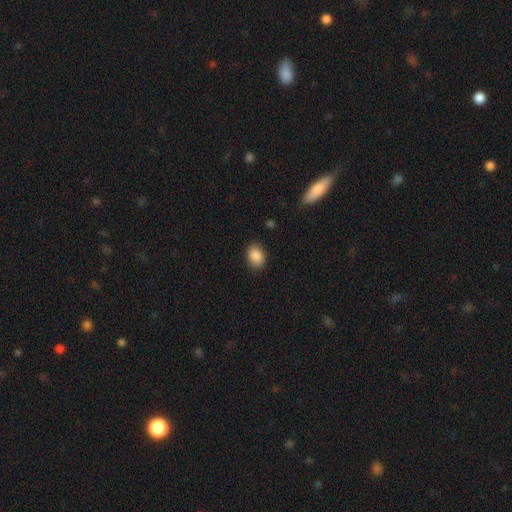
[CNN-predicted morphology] This appears to be a smooth galaxy with no disk features (88%) that is in between round and cigar-shaped (70%). Merging: none (85%).